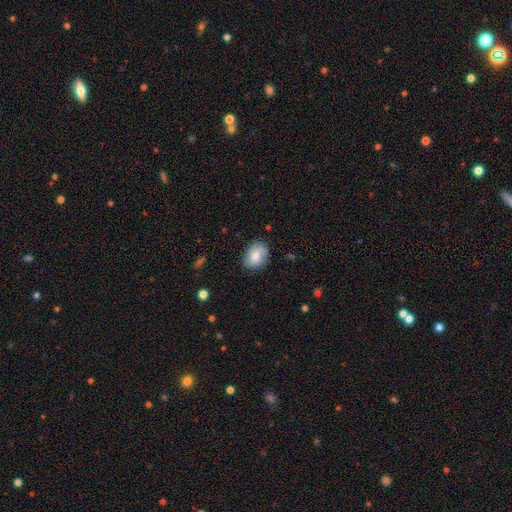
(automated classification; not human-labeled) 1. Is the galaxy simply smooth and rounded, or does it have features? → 75% smooth, 18% featured or disk, 7% star or artifact.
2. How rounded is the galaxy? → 64% in between, 35% round, 1% cigar-shaped.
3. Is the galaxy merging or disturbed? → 78% none, 17% minor disturbance, 3% major disturbance, 1% merger.